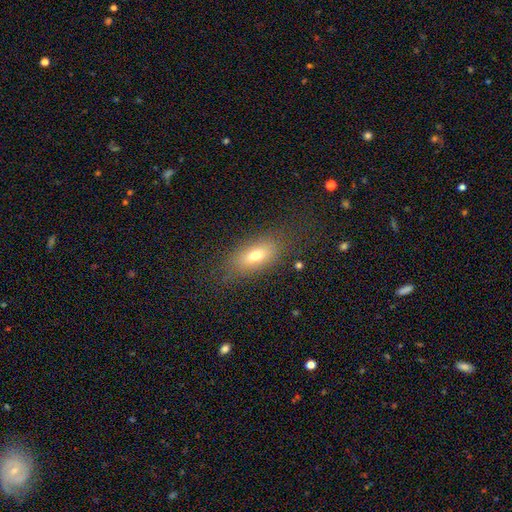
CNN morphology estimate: type=smooth (70%); roundness=in between (82%); merging=none (76%).